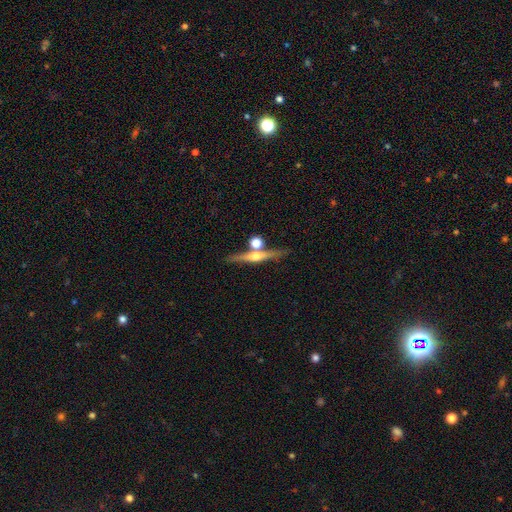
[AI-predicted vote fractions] A featured or disk galaxy (70%) viewed edge-on (96%) with a rounded central bulge (93%).

Vote fractions:
- Smooth or featured? featured or disk: 70% / smooth: 23% / star or artifact: 7%
- Edge-on disk? yes: 96% / no: 4%
- Edge-on bulge? rounded: 93% / none: 4% / boxy: 4%
- Merging? none: 71% / merger: 18% / minor disturbance: 9% / major disturbance: 3%